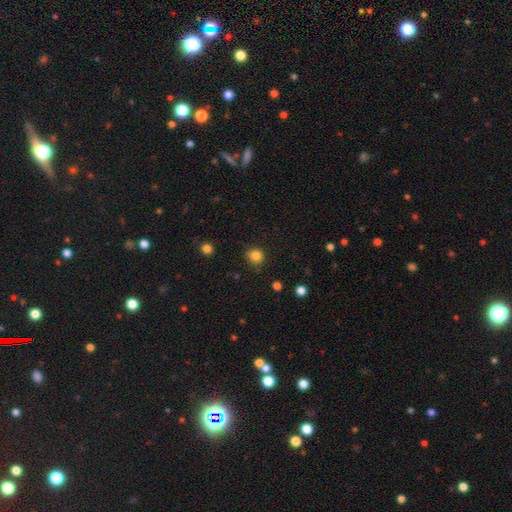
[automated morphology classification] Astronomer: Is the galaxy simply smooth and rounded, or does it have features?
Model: smooth — 84%.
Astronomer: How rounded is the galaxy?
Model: round — 87%.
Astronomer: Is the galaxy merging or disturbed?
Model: none — 81%.